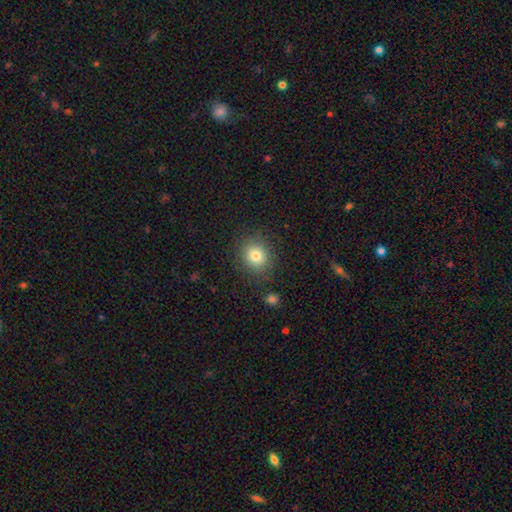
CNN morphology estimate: Smooth or featured: smooth — 79% (star or artifact — 12%)
How rounded: round — 77% (in between — 23%)
Merging: none — 84% (minor disturbance — 10%)